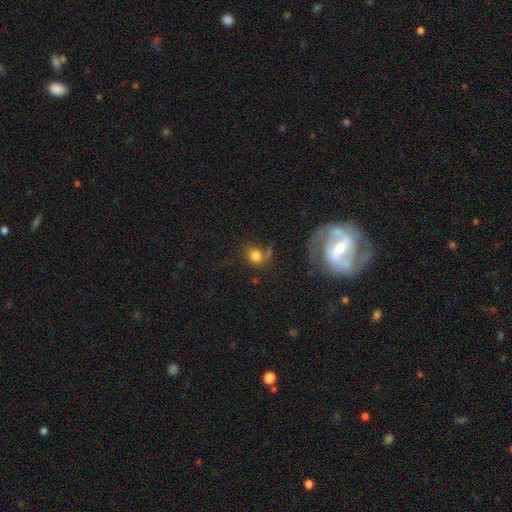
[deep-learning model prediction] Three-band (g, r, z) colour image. It shows a smooth galaxy with no disk features (75%) that is round (57%). Merging: none (53%).